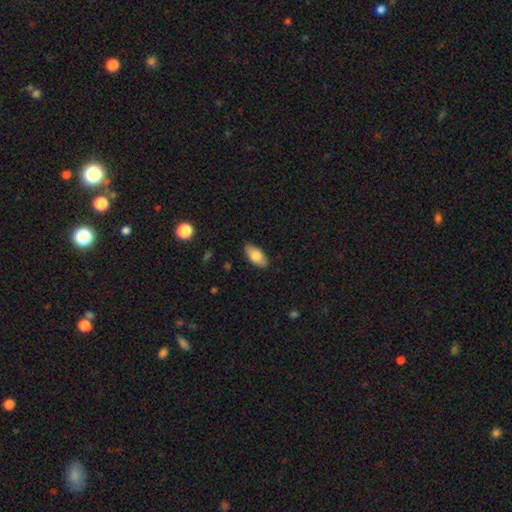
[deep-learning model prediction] Smooth or featured?
  - smooth: 79% *
  - featured or disk: 15%
  - star or artifact: 7%
How rounded?
  - in between: 92% *
  - cigar-shaped: 5%
  - round: 3%
Merging?
  - none: 87% *
  - minor disturbance: 10%
  - major disturbance: 2%
  - merger: 1%